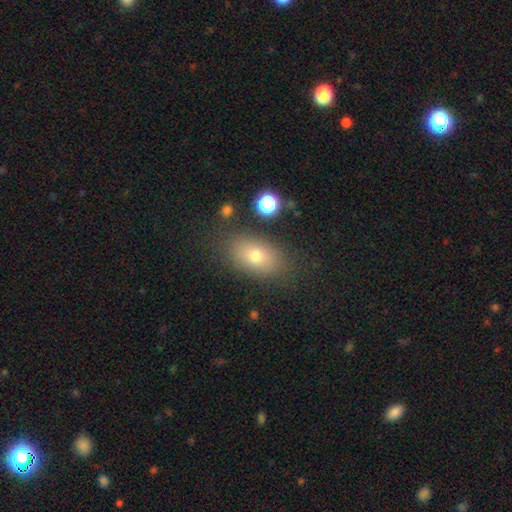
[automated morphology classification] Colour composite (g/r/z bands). It shows a smooth galaxy with no disk features (73%) that is in between round and cigar-shaped (85%). Merging: none (81%).